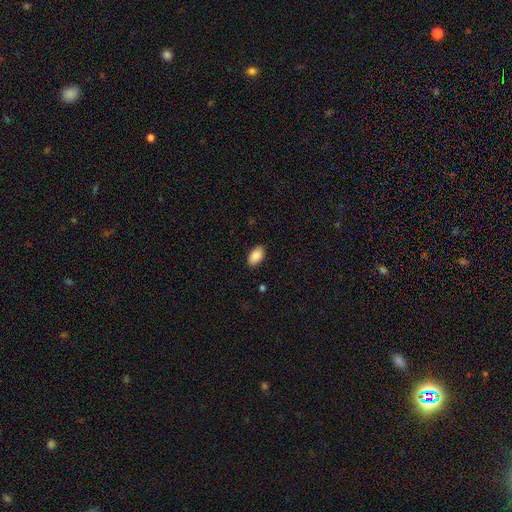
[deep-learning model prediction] This is clearly a smooth galaxy (90%). How rounded: clearly in between (94%). Merging: clearly none (88%).